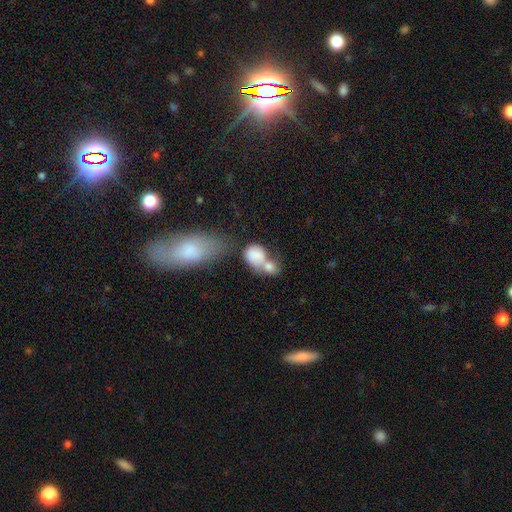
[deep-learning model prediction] Smooth or featured?
  - smooth: 77% *
  - featured or disk: 15%
  - star or artifact: 8%
How rounded?
  - in between: 60% *
  - round: 37%
  - cigar-shaped: 2%
Merging?
  - merger: 64% *
  - none: 17%
  - major disturbance: 9%
  - minor disturbance: 9%